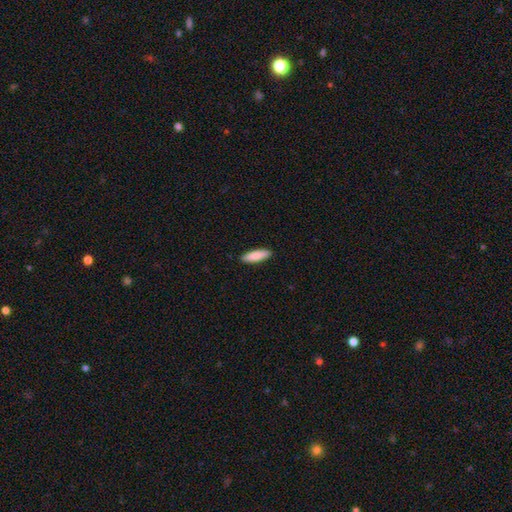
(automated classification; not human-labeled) The model was most divided on "how rounded": cigar-shaped: 58%, in between: 41%, round: 2%. More confident: merging — none (90%); smooth or featured — smooth (88%).